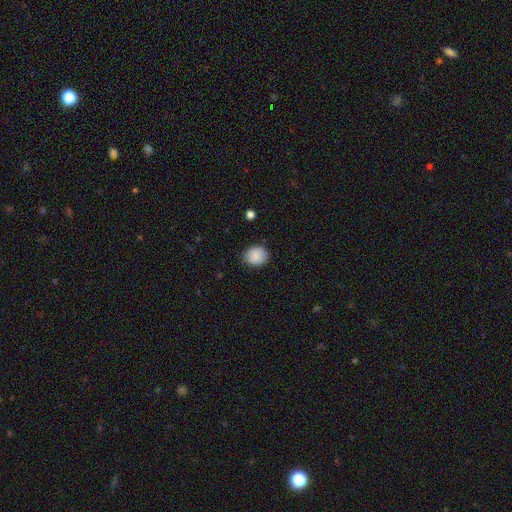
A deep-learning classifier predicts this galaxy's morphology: A smooth galaxy with no disk features (87%) that is round (66%).

Vote fractions:
- Smooth or featured? smooth: 87% / star or artifact: 8% / featured or disk: 5%
- How rounded? round: 66% / in between: 33% / cigar-shaped: 1%
- Merging? none: 80% / minor disturbance: 16% / major disturbance: 3% / merger: 1%